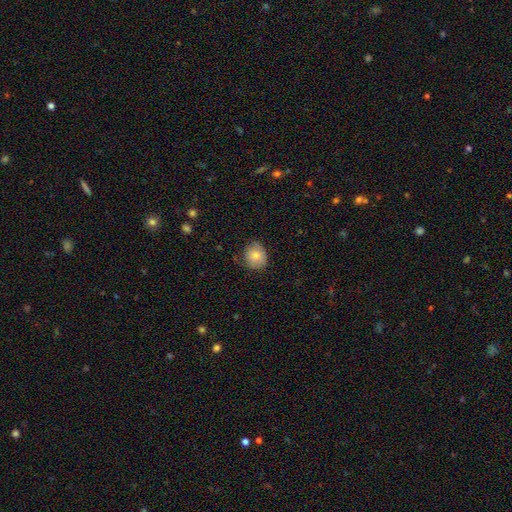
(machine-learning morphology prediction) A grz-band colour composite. It shows a smooth galaxy with no disk features (78%) that is round (76%). Merging: none (72%).